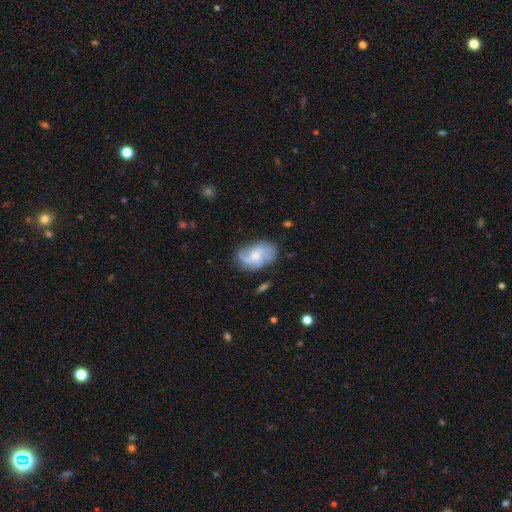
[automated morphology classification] Smooth or featured? Predicted: featured or disk (p=0.71). Edge-on disk? Predicted: no (p=0.97). Bar? Predicted: no (p=0.64). Spiral arms? Predicted: yes (p=0.91). Spiral winding? Predicted: loose (p=0.42, tied with medium). Spiral arm count? Predicted: 2 (p=0.35). Bulge size? Predicted: small (p=0.44). Merging? Predicted: none (p=0.65).